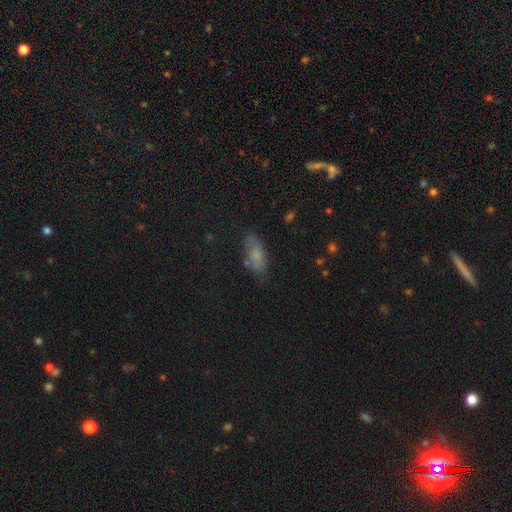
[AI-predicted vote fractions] Morphology: type=smooth (68%); roundness=in between (78%); merging=none (65%).